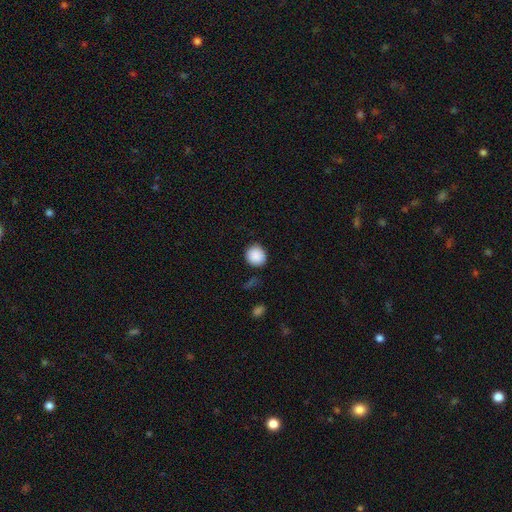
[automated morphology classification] Overall: smooth (89%). How rounded: round (87%). Merging: none (86%).